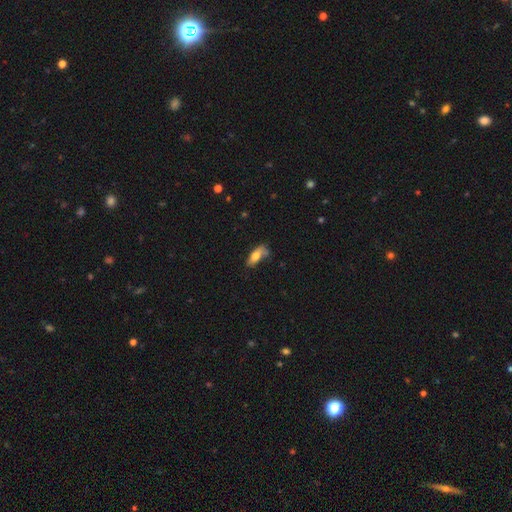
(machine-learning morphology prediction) This appears to be a smooth galaxy with no disk features (70%) that is in between round and cigar-shaped (77%). Merging: none (45%).